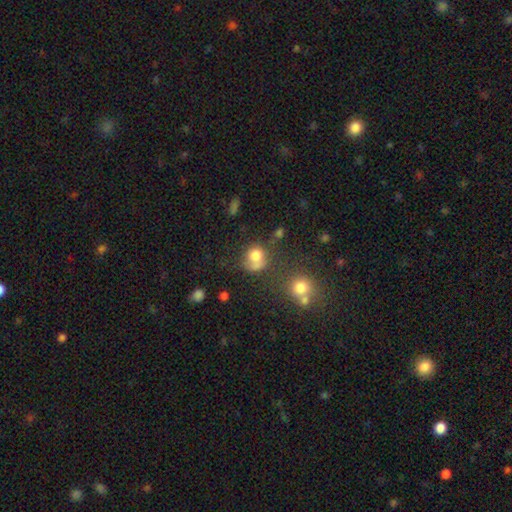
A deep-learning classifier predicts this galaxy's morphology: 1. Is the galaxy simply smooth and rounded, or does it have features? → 72% smooth, 15% featured or disk, 13% star or artifact.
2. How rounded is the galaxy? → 73% round, 26% in between, 1% cigar-shaped.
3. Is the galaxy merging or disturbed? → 38% none, 22% merger, 20% minor disturbance, 20% major disturbance.